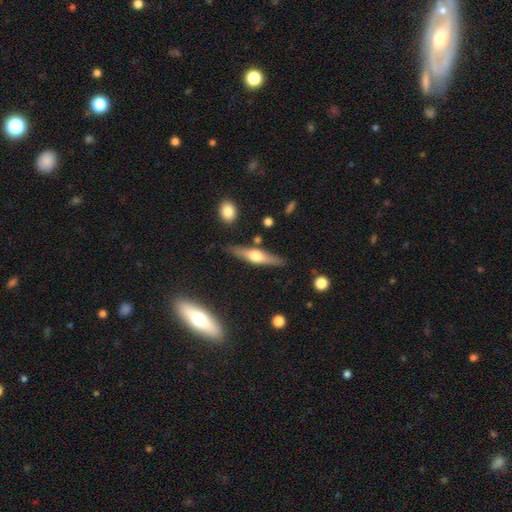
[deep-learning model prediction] Overall: featured or disk (60%; smooth 34%). Edge-on disk: yes (93%). Edge-on bulge: rounded (92%). Merging: none (82%).